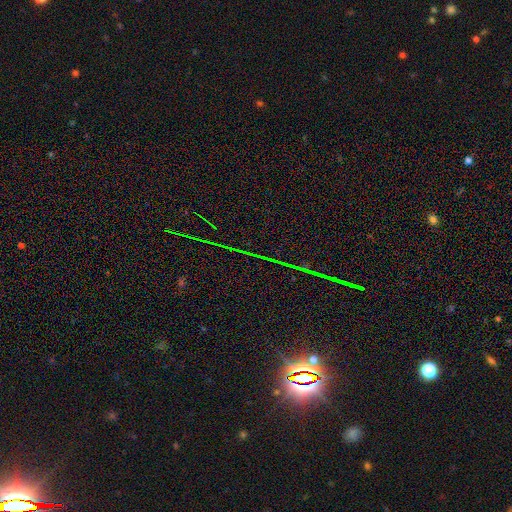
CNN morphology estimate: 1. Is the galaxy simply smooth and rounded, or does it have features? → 85% star or artifact, 8% featured or disk, 7% smooth.